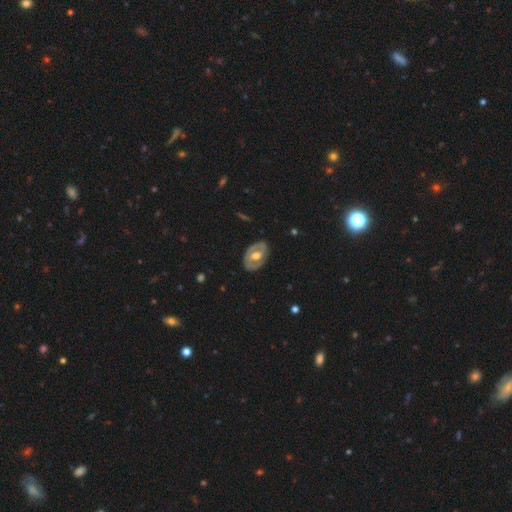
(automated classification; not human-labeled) A featured or disk galaxy (63%) with no bar (52%), no spiral arms (64%) and a moderate central bulge (65%). Merging: none (79%).